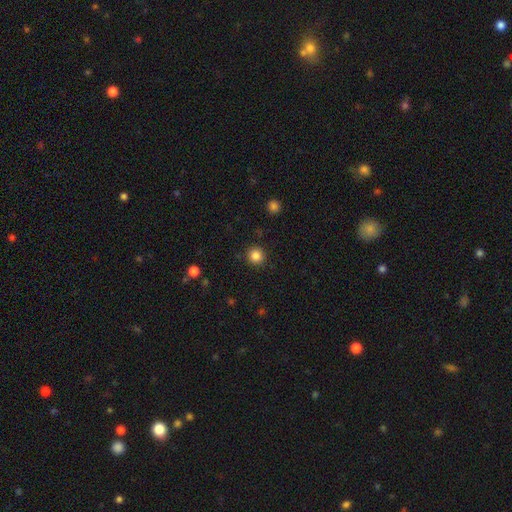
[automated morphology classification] Q: Smooth or featured?
A: smooth (85%); runner-up: star or artifact (11%)
Q: How rounded?
A: round (94%); runner-up: in between (5%)
Q: Merging?
A: none (91%); runner-up: minor disturbance (6%)